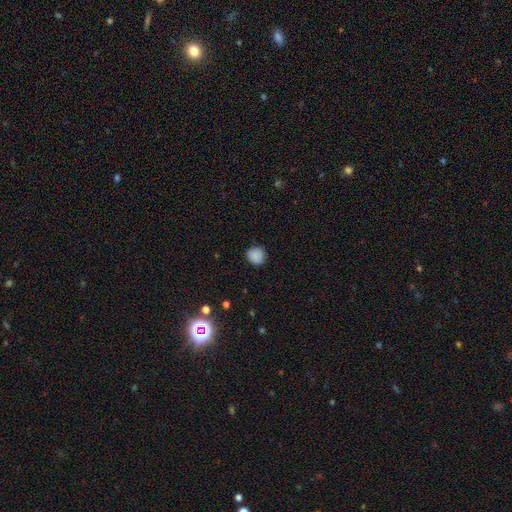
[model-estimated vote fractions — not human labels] smooth 86%, star or artifact 10%, featured or disk 4%. Down the decision tree: how rounded — round (90%); merging — none (87%).